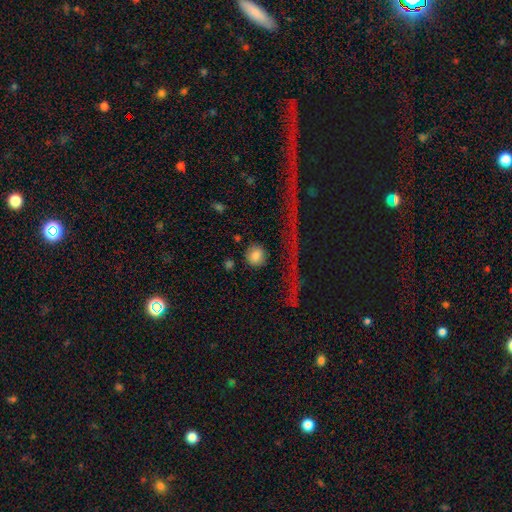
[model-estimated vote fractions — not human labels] Smooth or featured? Predicted: smooth (p=0.79). How rounded? Predicted: round (p=0.92). Merging? Predicted: none (p=0.80).